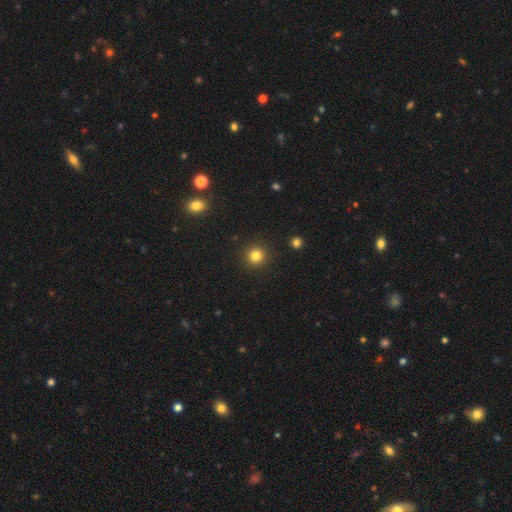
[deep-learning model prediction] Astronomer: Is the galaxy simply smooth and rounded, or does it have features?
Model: smooth — 83%.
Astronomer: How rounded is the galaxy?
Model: round — 93%.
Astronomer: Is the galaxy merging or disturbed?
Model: none — 92%.